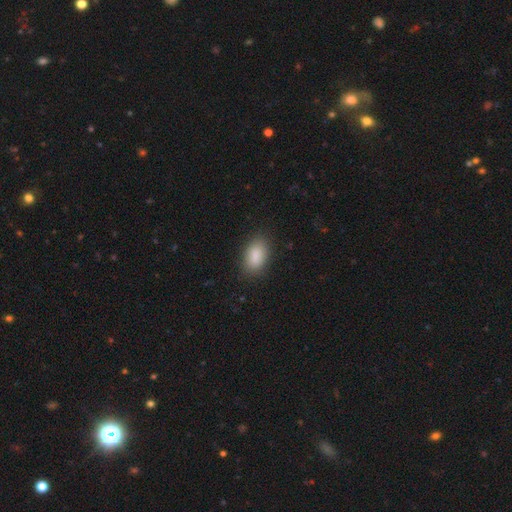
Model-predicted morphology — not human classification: smooth-or-featured: smooth: 88% | star or artifact: 7% | featured or disk: 5%
  how-rounded: in between: 92% | round: 5% | cigar-shaped: 2%
  merging: none: 85% | minor disturbance: 11% | major disturbance: 3% | merger: 1%